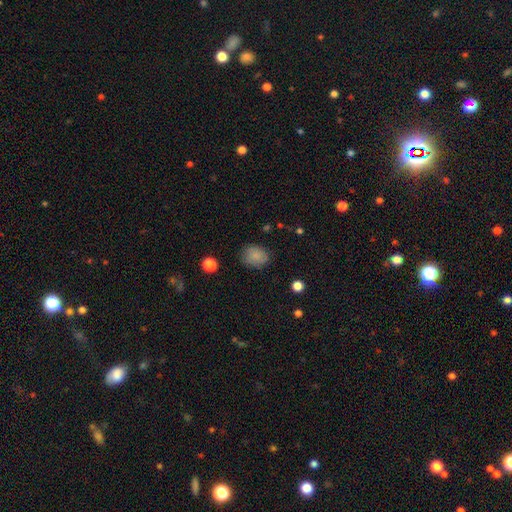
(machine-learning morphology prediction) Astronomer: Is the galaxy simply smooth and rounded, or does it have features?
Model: smooth — 84%.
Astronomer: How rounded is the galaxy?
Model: round — 52% (runner-up: in between, 47%).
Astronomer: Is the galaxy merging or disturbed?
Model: none — 78%.